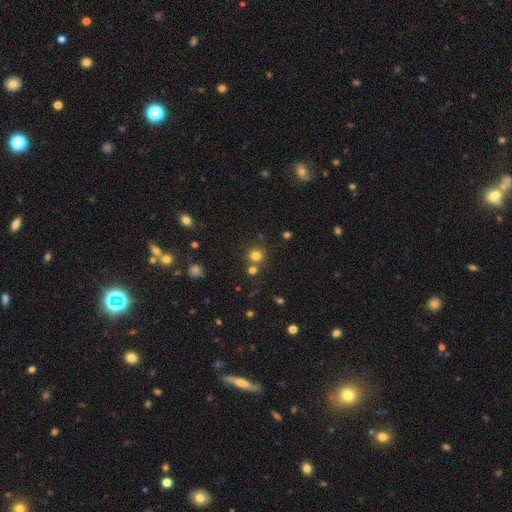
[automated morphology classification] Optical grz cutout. It shows a smooth galaxy with no disk features (77%) that is round (89%). Merging: none (72%).